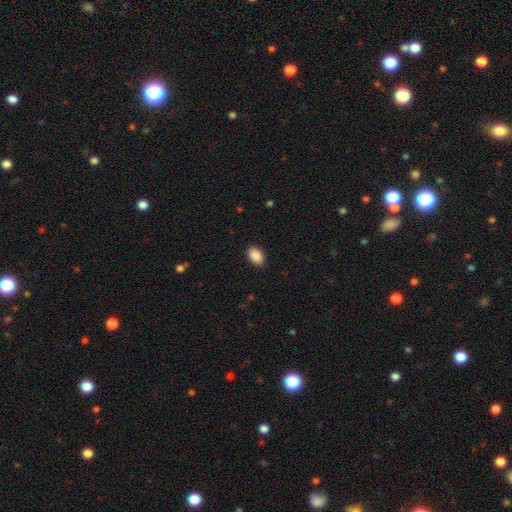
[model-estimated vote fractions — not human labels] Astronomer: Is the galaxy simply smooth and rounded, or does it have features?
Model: smooth — 90%.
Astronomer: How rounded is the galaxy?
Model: in between — 89%.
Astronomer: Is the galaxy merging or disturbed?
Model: none — 89%.